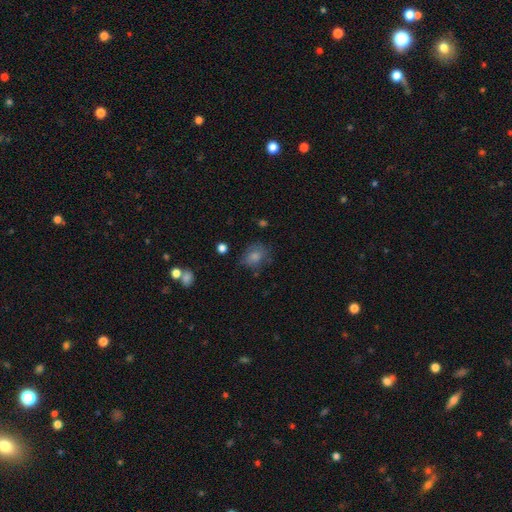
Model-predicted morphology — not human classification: This is likely a smooth galaxy (66%). How rounded: possibly round (51%). Merging: likely none (67%).